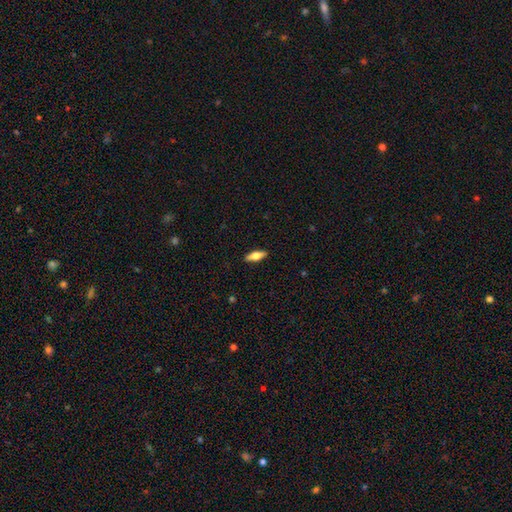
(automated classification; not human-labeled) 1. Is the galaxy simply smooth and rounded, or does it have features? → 63% smooth, 31% featured or disk, 6% star or artifact.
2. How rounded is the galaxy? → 61% in between, 36% cigar-shaped, 3% round.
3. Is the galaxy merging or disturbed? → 90% none, 8% minor disturbance, 2% major disturbance, 1% merger.